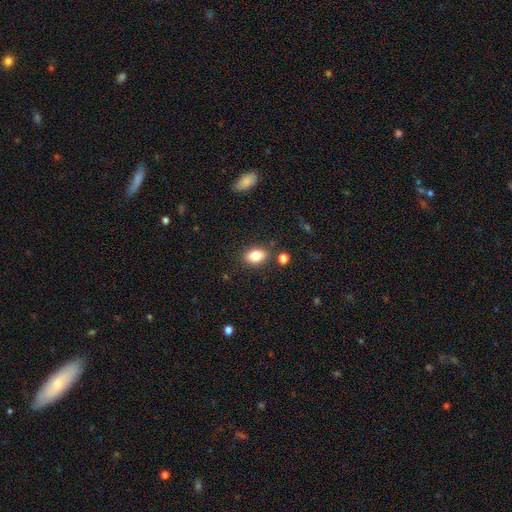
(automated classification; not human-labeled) Smooth or featured?
  - smooth: 83% *
  - star or artifact: 9%
  - featured or disk: 8%
How rounded?
  - in between: 85% *
  - round: 13%
  - cigar-shaped: 2%
Merging?
  - none: 80% *
  - minor disturbance: 11%
  - merger: 6%
  - major disturbance: 3%